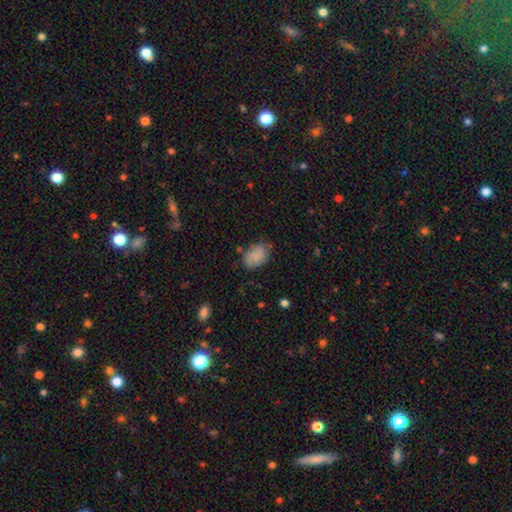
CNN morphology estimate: smooth 83%, featured or disk 9%, star or artifact 7%. Down the decision tree: how rounded — in between (84%); merging — none (70%).